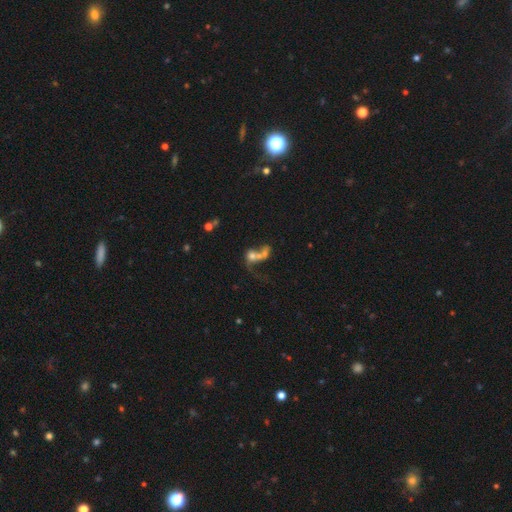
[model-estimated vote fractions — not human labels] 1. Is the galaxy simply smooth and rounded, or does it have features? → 47% smooth, 38% featured or disk, 15% star or artifact.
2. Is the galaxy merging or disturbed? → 66% merger, 16% major disturbance, 13% none, 5% minor disturbance.